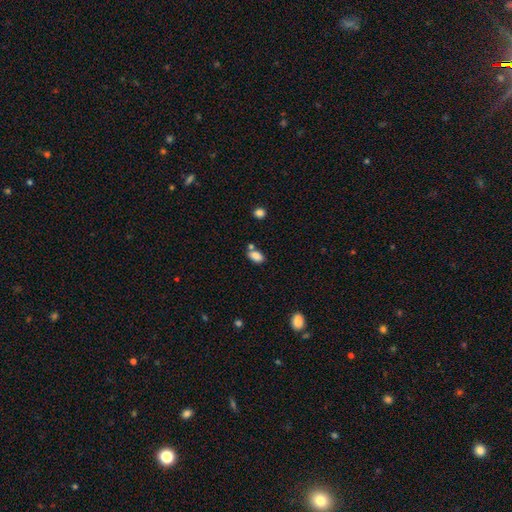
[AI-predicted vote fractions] Q: Smooth or featured?
A: smooth (85%); runner-up: star or artifact (9%)
Q: How rounded?
A: in between (89%); runner-up: round (9%)
Q: Merging?
A: none (61%); runner-up: merger (20%)